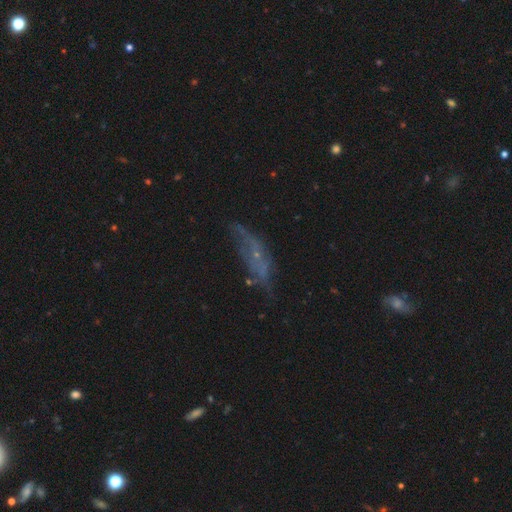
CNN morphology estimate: smooth-or-featured: featured or disk: 48% | smooth: 33% | star or artifact: 19%
  merging: none: 45% | minor disturbance: 26% | major disturbance: 24% | merger: 5%